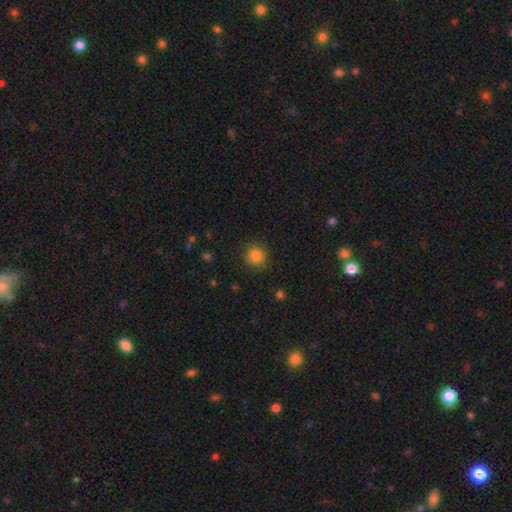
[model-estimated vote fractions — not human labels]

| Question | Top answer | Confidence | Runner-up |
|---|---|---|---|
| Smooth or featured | smooth | 85% | star or artifact (11%) |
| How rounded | round | 91% | in between (8%) |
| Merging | none | 87% | minor disturbance (9%) |